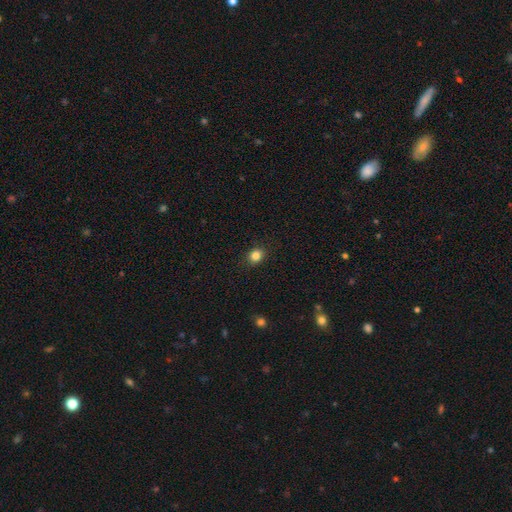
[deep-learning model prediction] Smooth or featured? Predicted: smooth (p=0.84). How rounded? Predicted: round (p=0.66). Merging? Predicted: none (p=0.89).